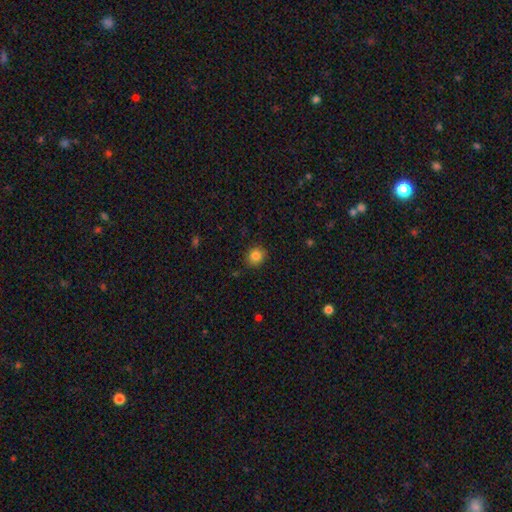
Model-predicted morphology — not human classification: This appears to be a smooth galaxy with no disk features (83%) that is round (83%). Merging: none (87%).